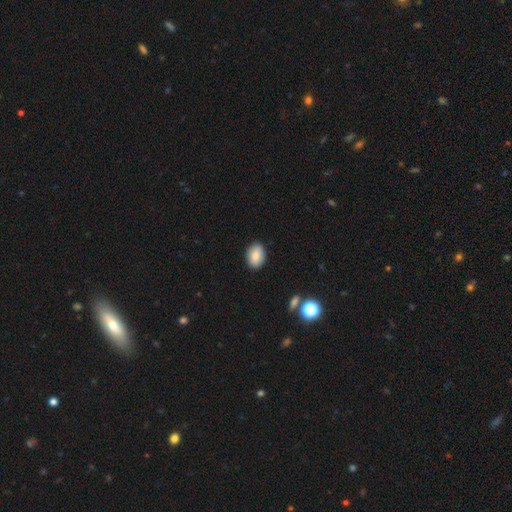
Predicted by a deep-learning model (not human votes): This is clearly a smooth galaxy (87%). How rounded: likely in between (79%). Merging: clearly none (89%).